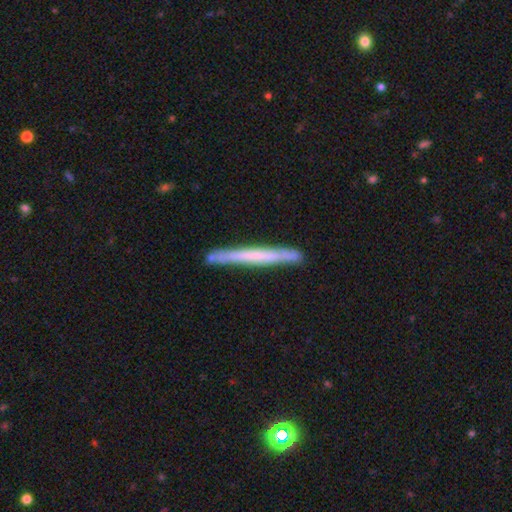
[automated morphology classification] smooth-or-featured: featured or disk: 47% (tied) | smooth: 47% (tied) | star or artifact: 6%
  merging: none: 85% | minor disturbance: 11% | merger: 2% | major disturbance: 2%